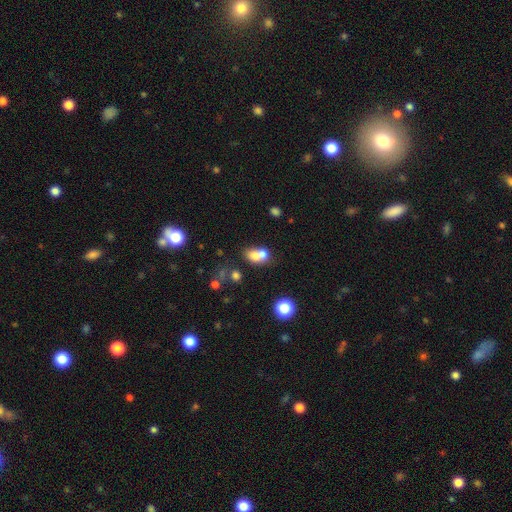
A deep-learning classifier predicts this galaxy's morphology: This is likely a smooth galaxy (69%). How rounded: possibly in between (59%). Merging: likely merger (63%).